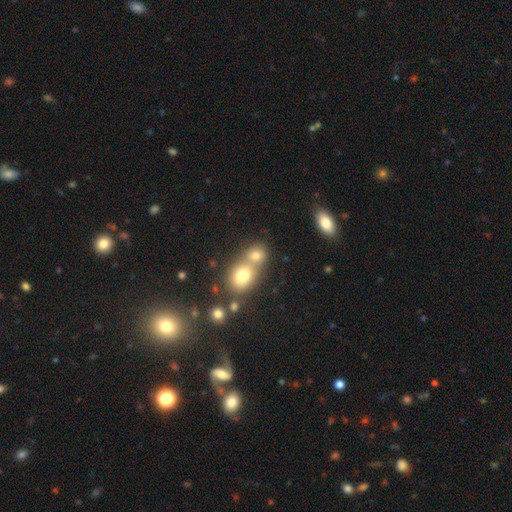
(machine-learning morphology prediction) Smooth or featured?
  - smooth: 74% *
  - star or artifact: 14%
  - featured or disk: 12%
How rounded?
  - round: 67% *
  - in between: 32%
  - cigar-shaped: 1%
Merging?
  - merger: 53% *
  - none: 37%
  - minor disturbance: 7%
  - major disturbance: 3%